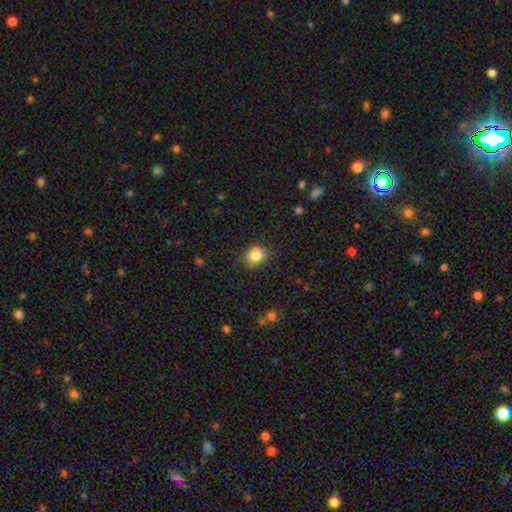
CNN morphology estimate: The model was most divided on "how rounded": round: 67%, in between: 32%, cigar-shaped: 1%. More confident: smooth or featured — smooth (80%); merging — none (66%).